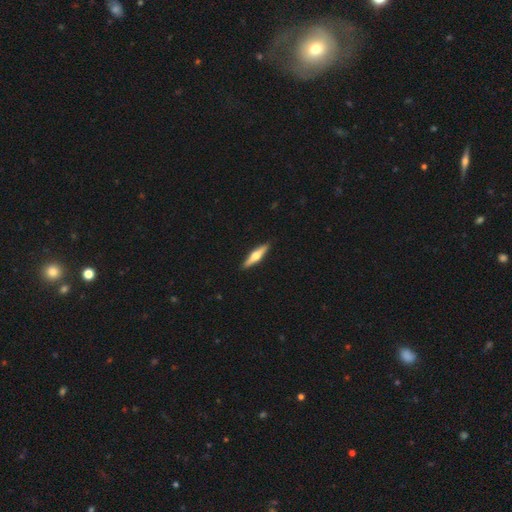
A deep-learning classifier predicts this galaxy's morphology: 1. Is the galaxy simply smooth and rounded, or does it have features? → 60% featured or disk, 35% smooth, 5% star or artifact.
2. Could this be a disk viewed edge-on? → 97% yes, 3% no.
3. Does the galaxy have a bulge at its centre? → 93% rounded, 4% boxy, 3% none.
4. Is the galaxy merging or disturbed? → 91% none, 6% minor disturbance, 1% major disturbance, 1% merger.